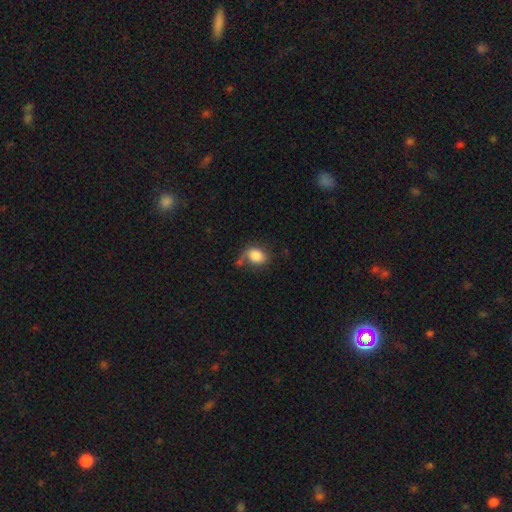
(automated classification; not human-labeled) smooth 84%, featured or disk 8%, star or artifact 8%. Down the decision tree: how rounded — in between (67%); merging — none (55%).